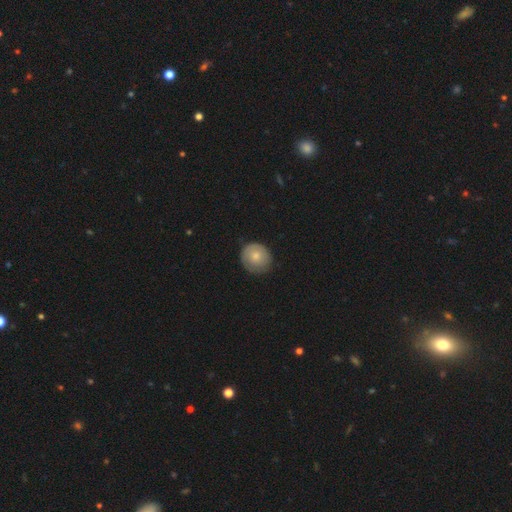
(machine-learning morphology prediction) Smooth or featured? Predicted: smooth (p=0.72). How rounded? Predicted: round (p=0.90). Merging? Predicted: none (p=0.81).